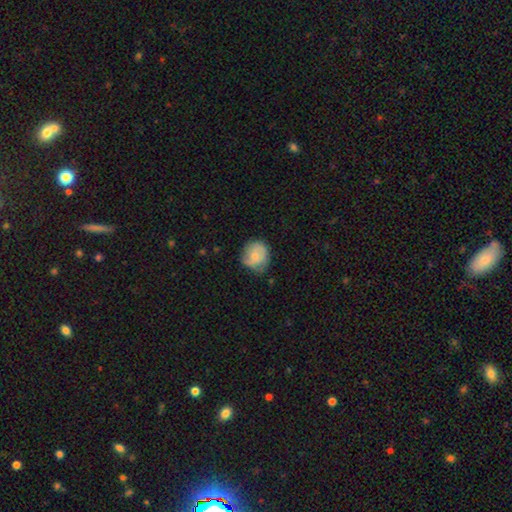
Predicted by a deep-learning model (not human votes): Smooth or featured: smooth — 65% (featured or disk — 28%)
How rounded: round — 80% (in between — 19%)
Merging: none — 56% (minor disturbance — 33%)